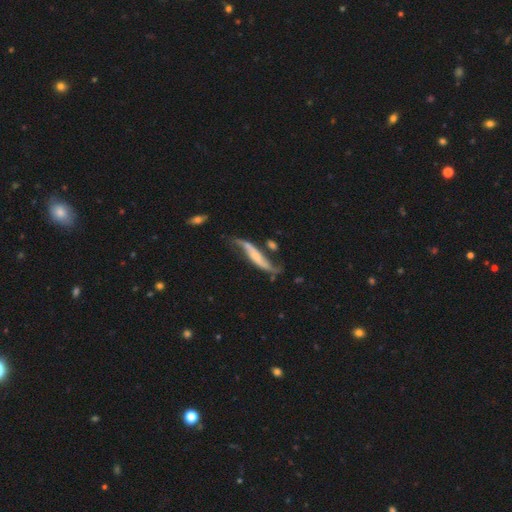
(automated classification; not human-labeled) Q: Smooth or featured?
A: featured or disk (74%); runner-up: smooth (20%)
Q: Edge-on disk?
A: no (66%); runner-up: yes (34%)
Q: Merging?
A: none (46%); runner-up: minor disturbance (24%)